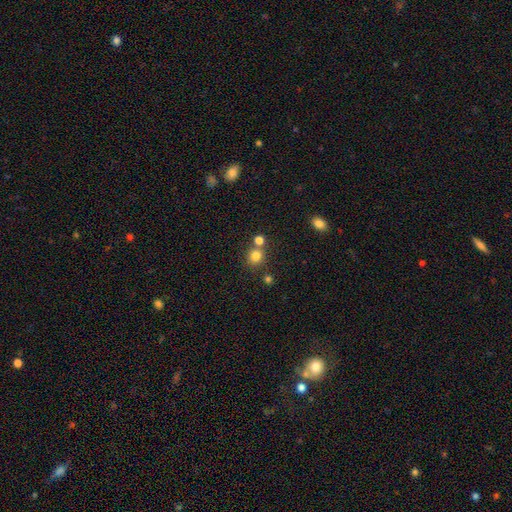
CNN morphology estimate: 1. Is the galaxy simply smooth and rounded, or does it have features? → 80% smooth, 14% star or artifact, 7% featured or disk.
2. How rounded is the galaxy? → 87% round, 12% in between, 1% cigar-shaped.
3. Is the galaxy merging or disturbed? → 64% none, 25% merger, 8% minor disturbance, 3% major disturbance.